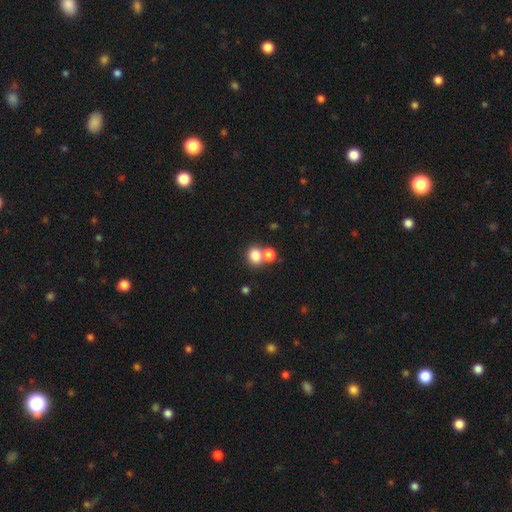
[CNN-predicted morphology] type=smooth (80%); roundness=round (59%); merging=merger (46%).